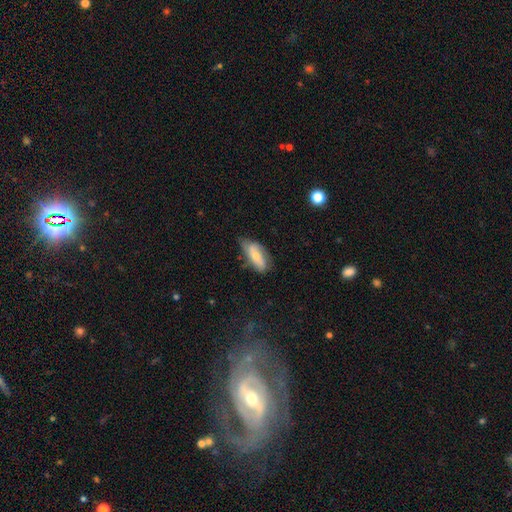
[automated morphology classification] The model was most divided on "merging": none: 55%, minor disturbance: 34%, major disturbance: 9%, merger: 2%. More confident: how rounded — in between (79%); smooth or featured — smooth (58%).